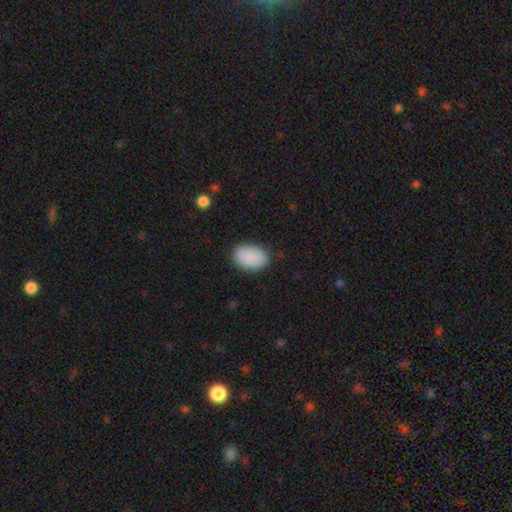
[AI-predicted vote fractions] Smooth or featured? Predicted: smooth (p=0.89). How rounded? Predicted: in between (p=0.88). Merging? Predicted: none (p=0.84).